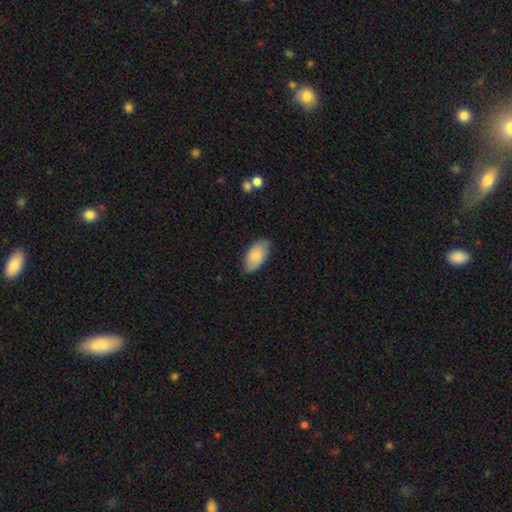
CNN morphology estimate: Smooth or featured?
  - smooth: 80% *
  - featured or disk: 14%
  - star or artifact: 6%
How rounded?
  - in between: 95% *
  - round: 3%
  - cigar-shaped: 2%
Merging?
  - none: 77% *
  - minor disturbance: 19%
  - major disturbance: 3%
  - merger: 1%